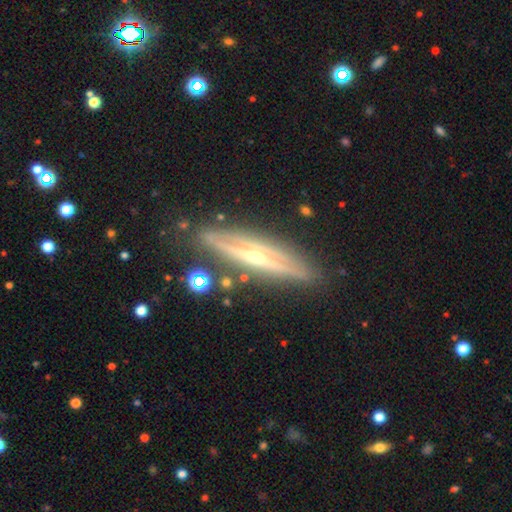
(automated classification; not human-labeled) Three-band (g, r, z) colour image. It shows a featured or disk galaxy (83%) viewed edge-on (92%) with a rounded central bulge (85%). Merging: none (83%).